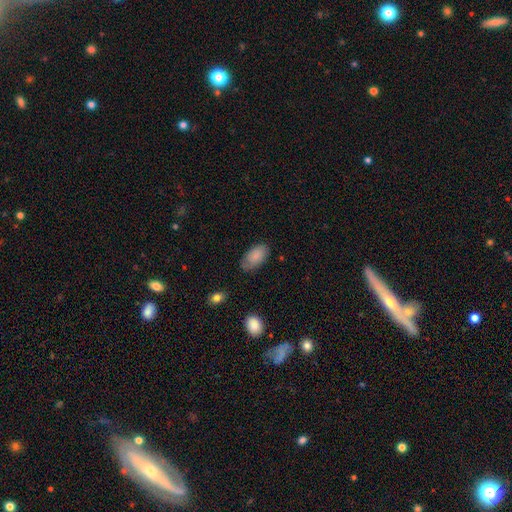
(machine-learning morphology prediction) This is clearly a smooth galaxy (83%). How rounded: clearly in between (94%). Merging: likely none (73%).